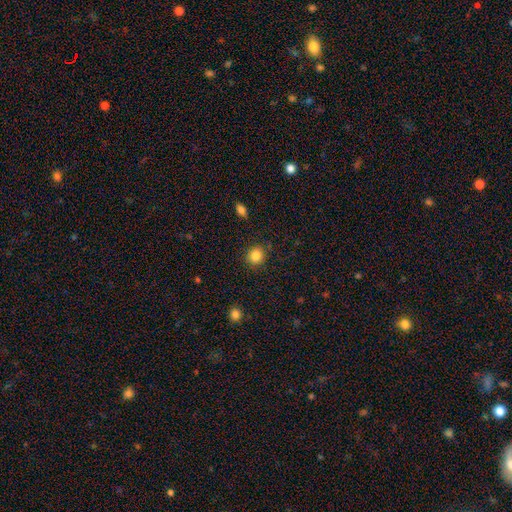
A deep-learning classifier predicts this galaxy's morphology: This appears to be a smooth galaxy with no disk features (85%) that is round (79%). Merging: none (87%).